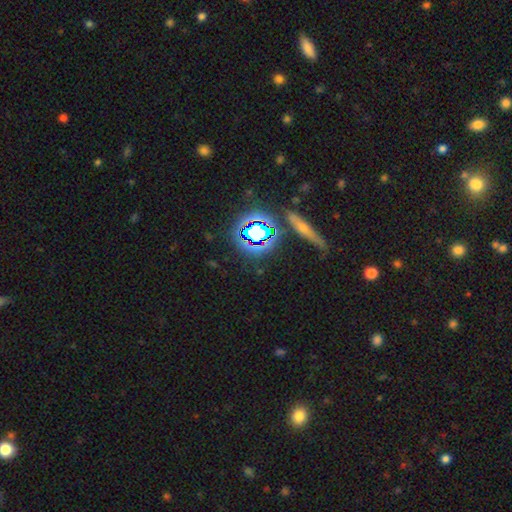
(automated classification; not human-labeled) Smooth or featured? star or artifact (69%)